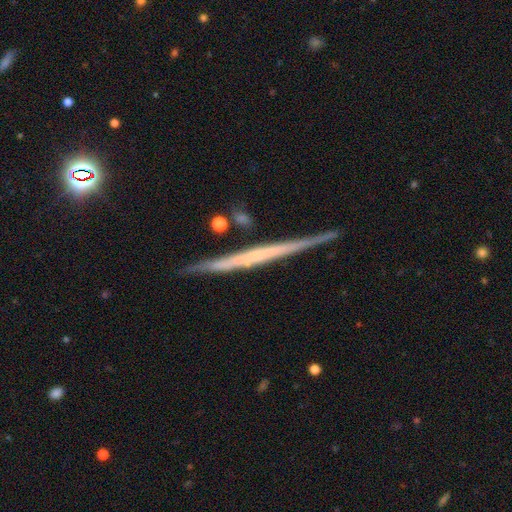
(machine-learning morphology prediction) Smooth or featured? featured or disk (69%)
Edge-on disk? yes (97%)
Edge-on bulge? none (83%)
Merging? none (83%)